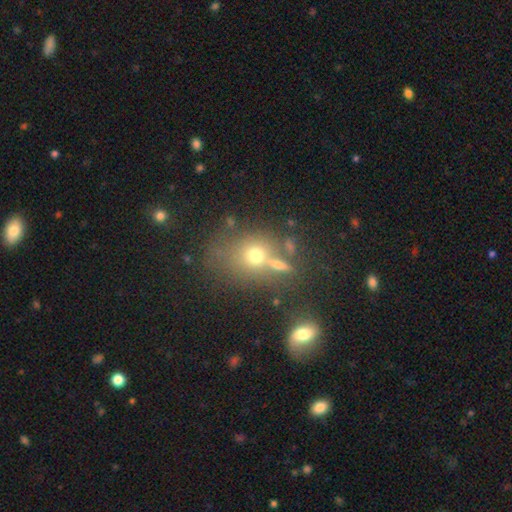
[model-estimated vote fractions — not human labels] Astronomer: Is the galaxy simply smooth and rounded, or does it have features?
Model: smooth — 62%.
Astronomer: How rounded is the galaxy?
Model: round — 61% (runner-up: in between, 37%).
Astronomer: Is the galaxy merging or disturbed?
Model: none — 49% (runner-up: merger, 26%).